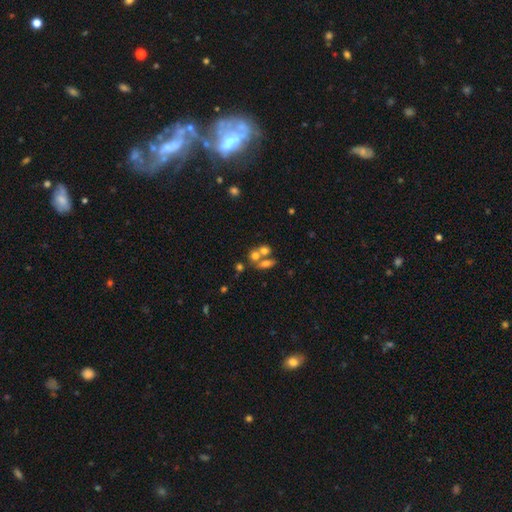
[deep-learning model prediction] smooth_or_featured: smooth (p=0.64) [alt: featured or disk p=0.22]
how_rounded: round (p=0.50) [alt: in between p=0.47]
merging: merger (p=0.52) [alt: none p=0.35]